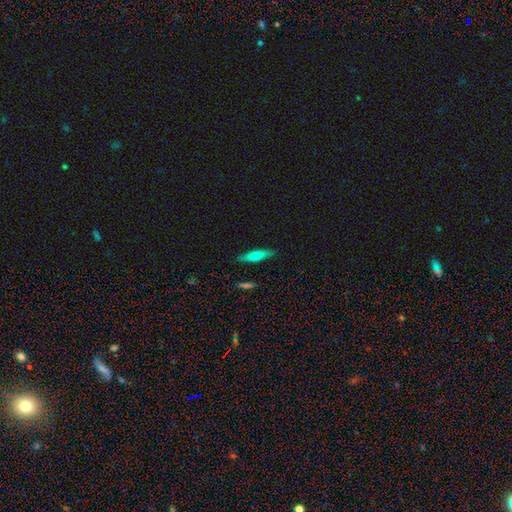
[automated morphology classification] The model was most divided on "smooth or featured": smooth: 68%, featured or disk: 25%, star or artifact: 7%. More confident: merging — none (86%); how rounded — cigar-shaped (80%).